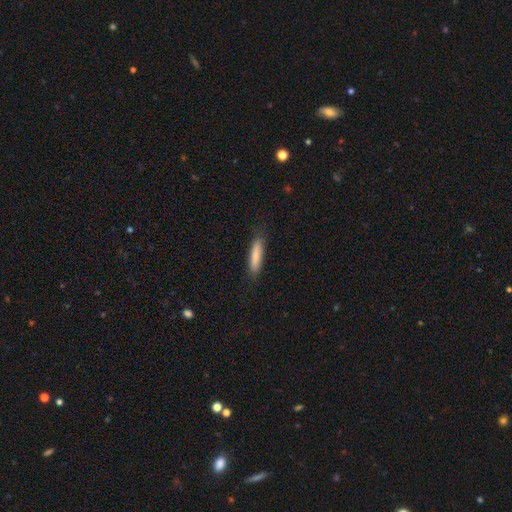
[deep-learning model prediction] A smooth galaxy with no disk features (82%) that is cigar-shaped (84%). Merging: none (82%).